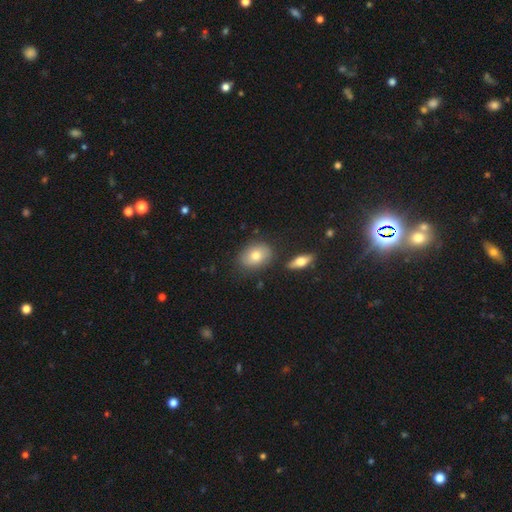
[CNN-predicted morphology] A smooth galaxy with no disk features (75%) that is in between round and cigar-shaped (73%).

Vote fractions:
- Smooth or featured? smooth: 75% / featured or disk: 18% / star or artifact: 8%
- How rounded? in between: 73% / round: 25% / cigar-shaped: 2%
- Merging? none: 77% / minor disturbance: 14% / merger: 6% / major disturbance: 3%